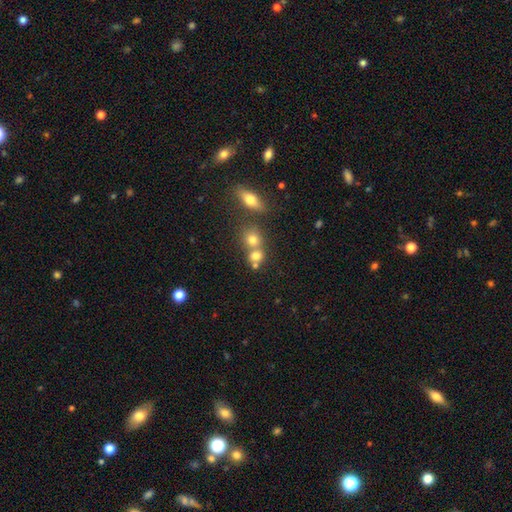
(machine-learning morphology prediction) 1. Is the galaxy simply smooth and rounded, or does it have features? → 58% smooth, 24% star or artifact, 19% featured or disk.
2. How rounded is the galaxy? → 64% round, 31% in between, 5% cigar-shaped.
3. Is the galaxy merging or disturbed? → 47% merger, 42% none, 7% minor disturbance, 4% major disturbance.